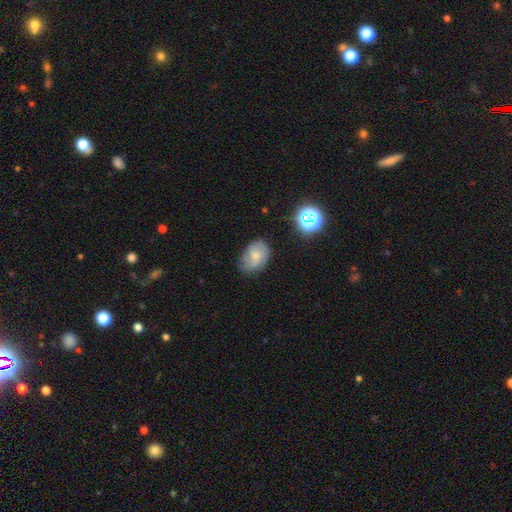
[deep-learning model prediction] smooth-or-featured: smooth: 57% | featured or disk: 32% | star or artifact: 11%
  how-rounded: in between: 78% | round: 21% | cigar-shaped: 1%
  merging: none: 61% | minor disturbance: 28% | major disturbance: 9% | merger: 2%